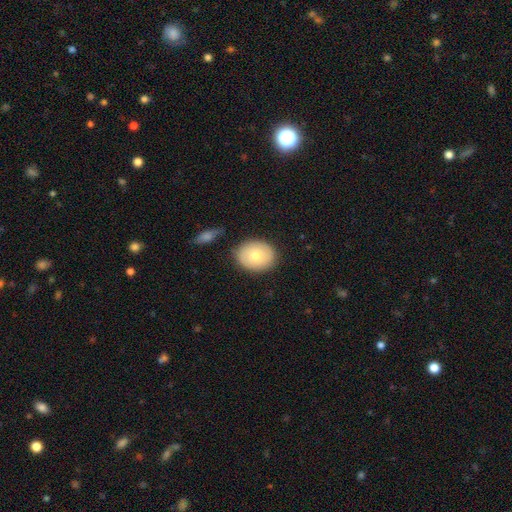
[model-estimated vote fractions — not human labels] Overall: smooth (72%). How rounded: round (55%; in between 44%). Merging: none (83%).